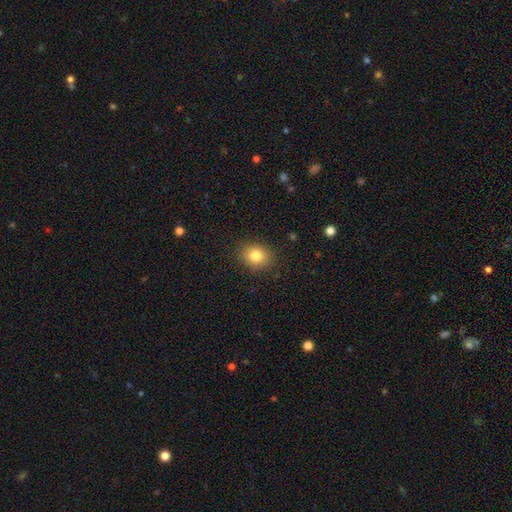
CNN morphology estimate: Smooth or featured? smooth (81%)
How rounded? round (61%)
Merging? none (88%)